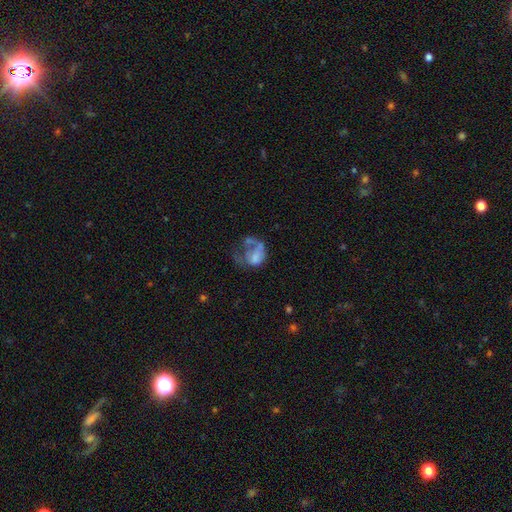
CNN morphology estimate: Smooth or featured? smooth (45%)
Merging? major disturbance (52%)